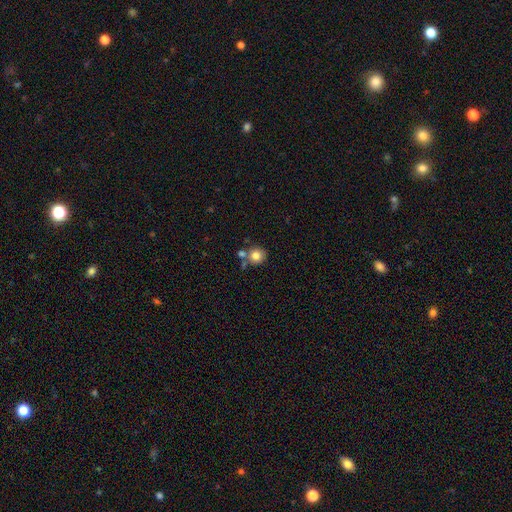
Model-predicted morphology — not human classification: This is clearly a smooth galaxy (80%). How rounded: clearly round (91%). Merging: likely none (65%).